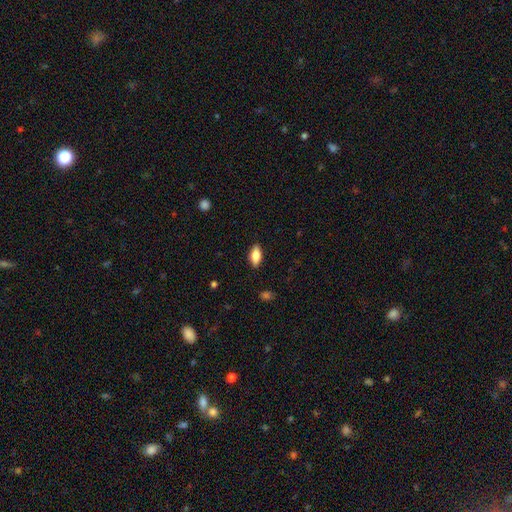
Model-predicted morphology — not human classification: This is likely a smooth galaxy (74%). How rounded: clearly in between (85%). Merging: clearly none (87%).